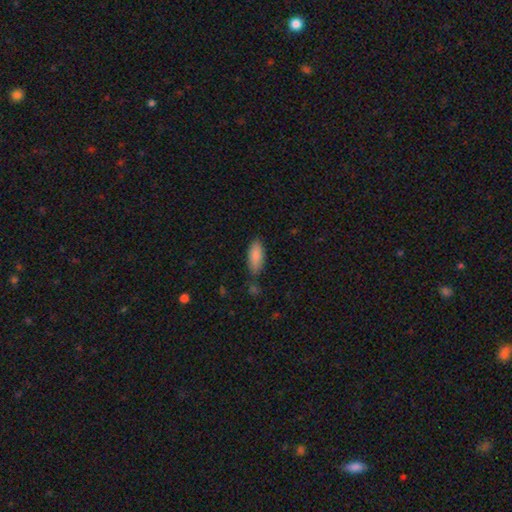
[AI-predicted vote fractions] This is clearly a smooth galaxy (87%). How rounded: clearly in between (81%). Merging: likely none (75%).